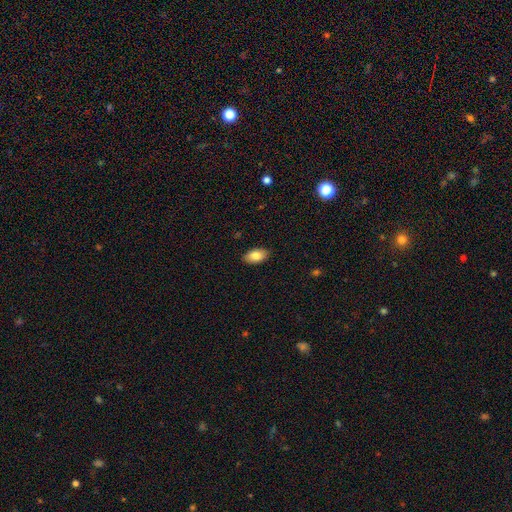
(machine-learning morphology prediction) Q: Smooth or featured?
A: smooth (84%); runner-up: featured or disk (9%)
Q: How rounded?
A: in between (93%); runner-up: round (4%)
Q: Merging?
A: none (89%); runner-up: minor disturbance (9%)